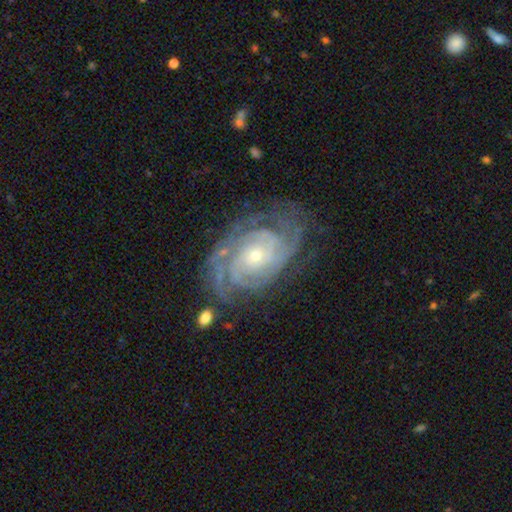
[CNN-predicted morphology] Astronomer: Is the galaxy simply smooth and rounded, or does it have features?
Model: featured or disk — 90%.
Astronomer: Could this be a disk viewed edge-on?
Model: no — 97%.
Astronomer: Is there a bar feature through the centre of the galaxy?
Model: no — 73%.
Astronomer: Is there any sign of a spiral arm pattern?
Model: yes — 98%.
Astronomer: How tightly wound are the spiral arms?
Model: tight — 76%.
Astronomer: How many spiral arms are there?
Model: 3 — 23% (runner-up: can't tell, 22%).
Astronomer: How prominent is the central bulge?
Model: small — 68%.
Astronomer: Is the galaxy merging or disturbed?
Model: none — 73%.